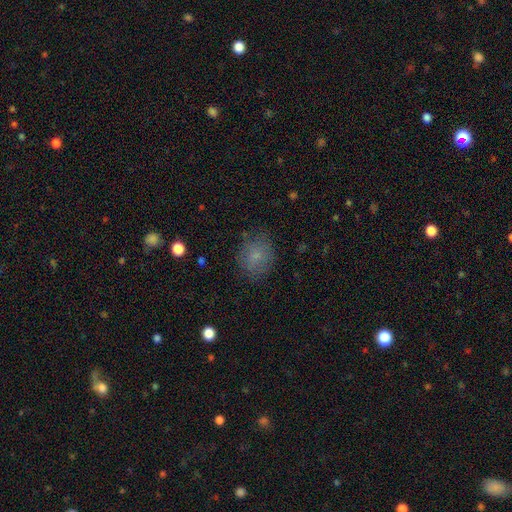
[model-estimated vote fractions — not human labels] smooth-or-featured: smooth: 76% | star or artifact: 12% | featured or disk: 12%
  how-rounded: round: 71% | in between: 28% | cigar-shaped: 1%
  merging: none: 76% | minor disturbance: 17% | major disturbance: 6% | merger: 1%